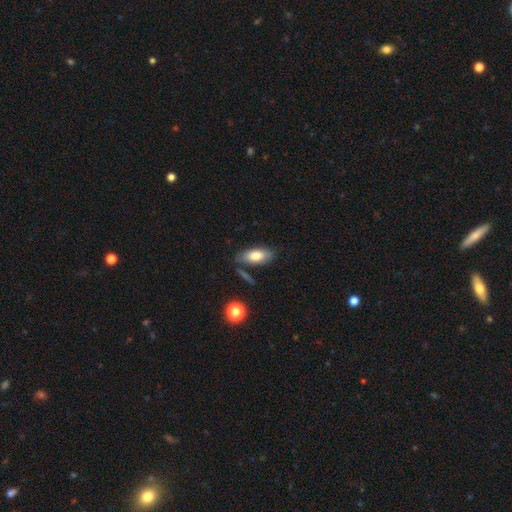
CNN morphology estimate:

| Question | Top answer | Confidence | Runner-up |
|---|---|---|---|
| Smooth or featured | smooth | 78% | featured or disk (15%) |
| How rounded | in between | 85% | cigar-shaped (12%) |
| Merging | none | 71% | minor disturbance (18%) |